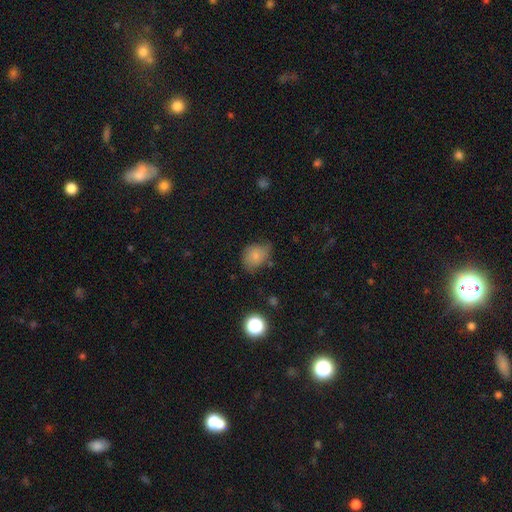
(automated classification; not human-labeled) Q: Smooth or featured?
A: smooth (78%); runner-up: star or artifact (11%)
Q: How rounded?
A: in between (60%); runner-up: round (39%)
Q: Merging?
A: none (53%); runner-up: minor disturbance (35%)